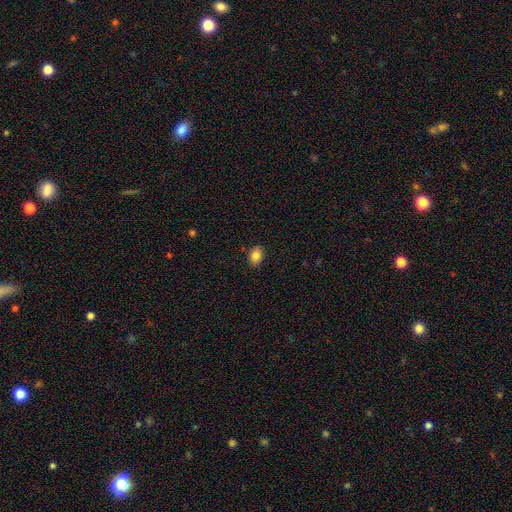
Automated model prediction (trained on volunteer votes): Overall: smooth (85%). How rounded: in between (76%). Merging: none (88%).